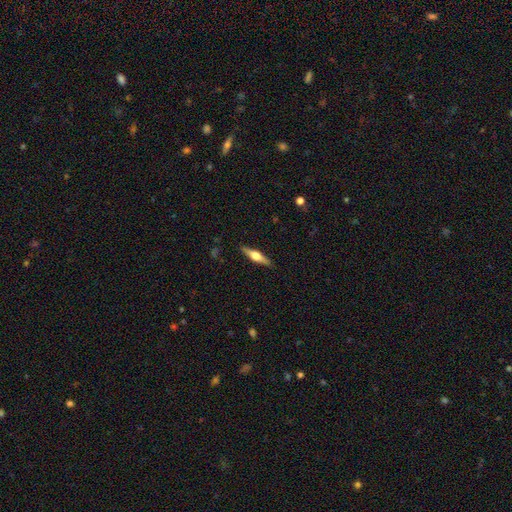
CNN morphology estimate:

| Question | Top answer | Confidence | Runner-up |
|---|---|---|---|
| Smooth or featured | featured or disk | 58% | smooth (36%) |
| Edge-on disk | yes | 96% | no (4%) |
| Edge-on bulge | rounded | 92% | boxy (6%) |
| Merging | none | 89% | minor disturbance (8%) |